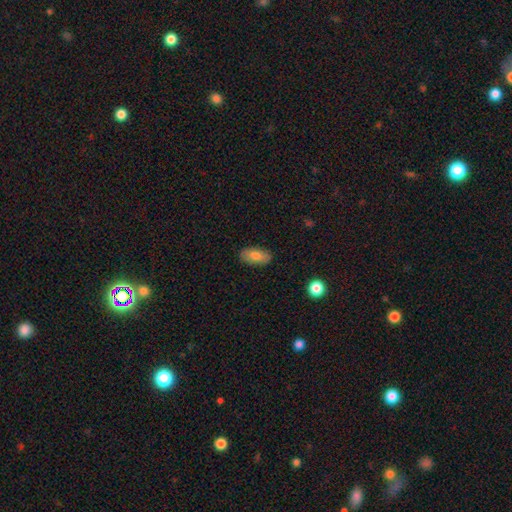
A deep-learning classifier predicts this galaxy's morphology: Smooth or featured: smooth — 78% (featured or disk — 15%)
How rounded: in between — 92% (cigar-shaped — 4%)
Merging: none — 87% (minor disturbance — 10%)